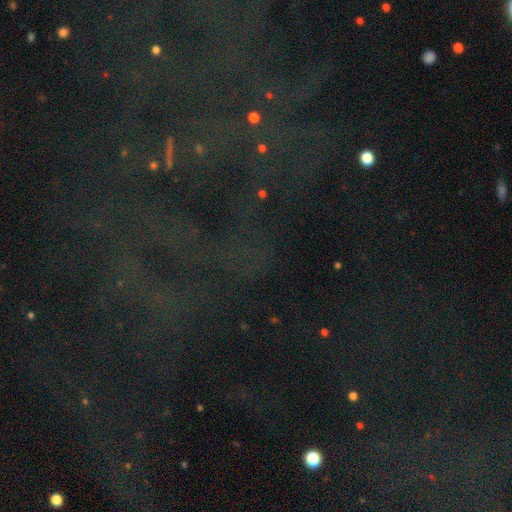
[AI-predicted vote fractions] A star or artifact, not a galaxy (78%).

Vote fractions:
- Smooth or featured? star or artifact: 78% / featured or disk: 11% / smooth: 11%